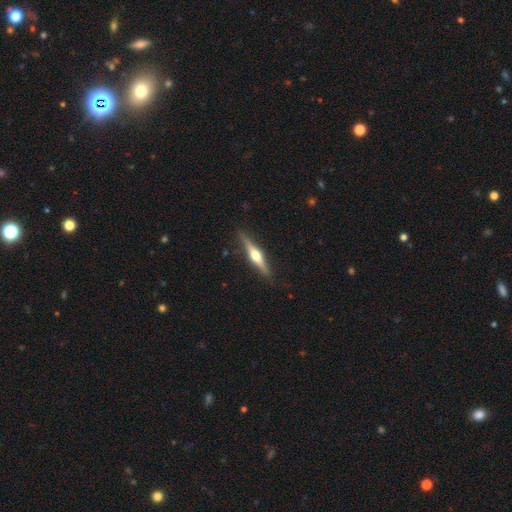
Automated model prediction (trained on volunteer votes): This is likely a featured or disk galaxy (72%). It is clearly viewed edge-on (98%). Edge-on bulge: clearly rounded (95%). Merging: clearly none (89%).